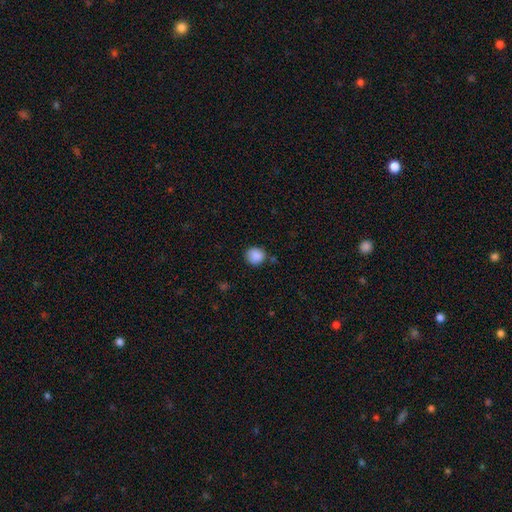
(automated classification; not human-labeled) Smooth or featured: smooth — 88% (star or artifact — 9%)
How rounded: round — 89% (in between — 10%)
Merging: none — 80% (minor disturbance — 13%)